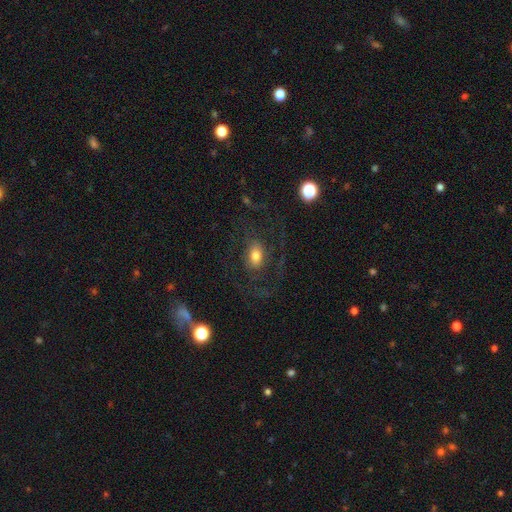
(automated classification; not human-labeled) Smooth or featured?
  - featured or disk: 55% *
  - smooth: 34%
  - star or artifact: 11%
Edge-on disk?
  - no: 94% *
  - yes: 6%
Bar?
  - no: 57% *
  - weak: 31%
  - strong: 12%
Spiral arms?
  - yes: 79% *
  - no: 21%
Bulge size?
  - moderate: 55% *
  - small: 21%
  - large: 18%
  - dominant: 3%
  - none: 2%
Merging?
  - none: 58% *
  - major disturbance: 25%
  - minor disturbance: 15%
  - merger: 2%